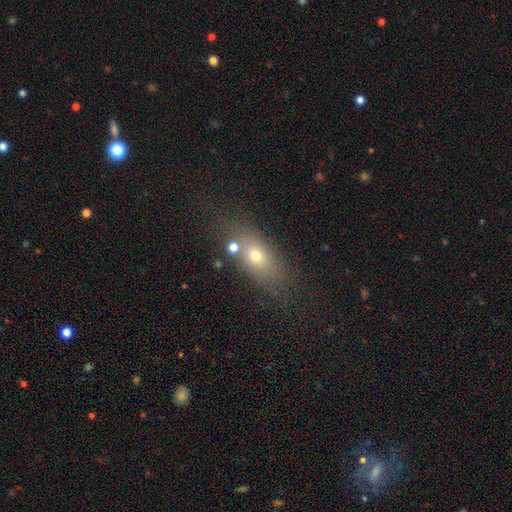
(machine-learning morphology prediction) smooth-or-featured: smooth: 66% | featured or disk: 20% | star or artifact: 14%
  how-rounded: in between: 69% | round: 19% | cigar-shaped: 11%
  merging: none: 64% | merger: 15% | minor disturbance: 14% | major disturbance: 7%